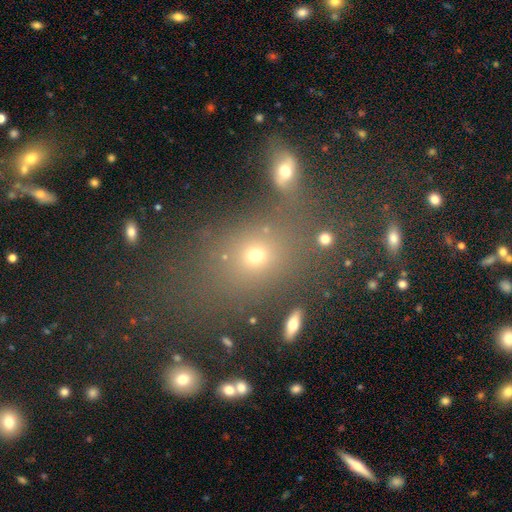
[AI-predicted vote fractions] This is likely a smooth galaxy (64%). How rounded: possibly in between (51%). Merging: likely none (62%).